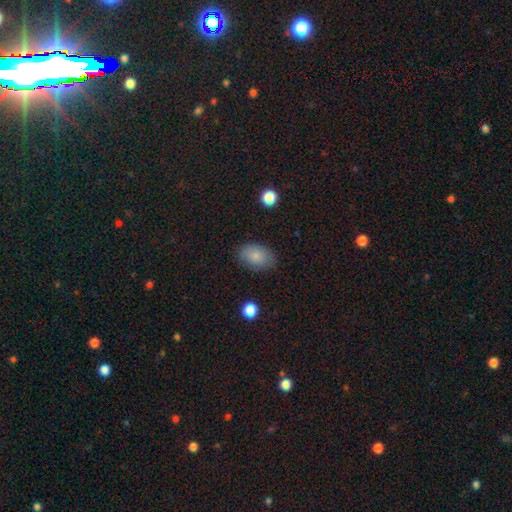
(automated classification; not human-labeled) Smooth or featured: smooth — 84% (star or artifact — 8%)
How rounded: in between — 85% (round — 14%)
Merging: none — 81% (minor disturbance — 14%)